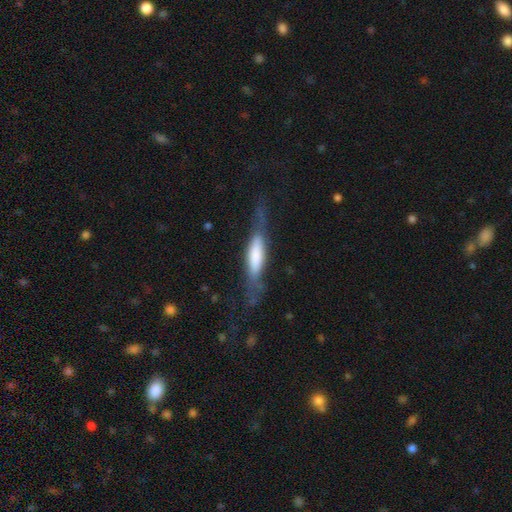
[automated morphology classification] A featured or disk galaxy (49%). Merging: none (60%).